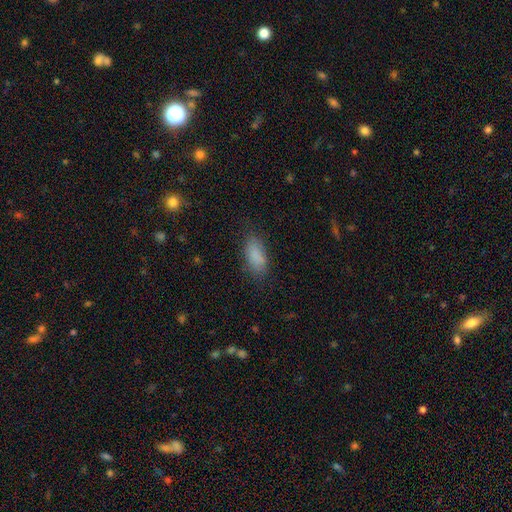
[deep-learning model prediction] The model was most divided on "merging": none: 77%, minor disturbance: 16%, major disturbance: 5%, merger: 1%. More confident: how rounded — in between (88%); smooth or featured — smooth (86%).